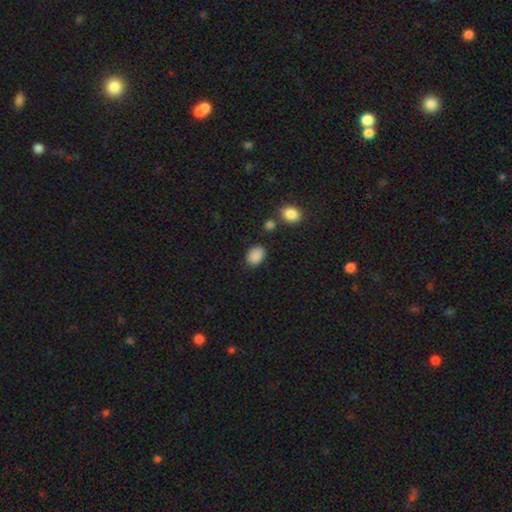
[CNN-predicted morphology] Smooth or featured? smooth (88%)
How rounded? in between (76%)
Merging? none (80%)